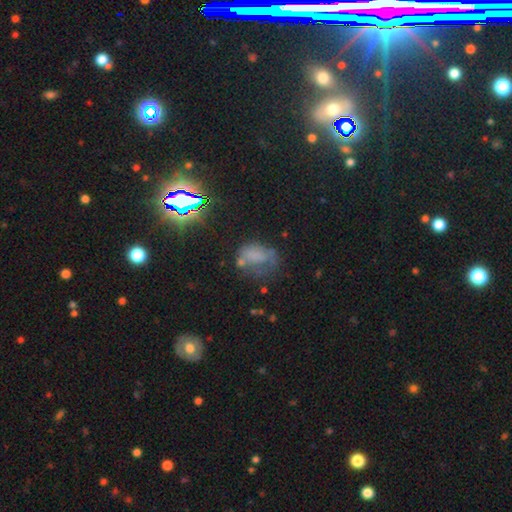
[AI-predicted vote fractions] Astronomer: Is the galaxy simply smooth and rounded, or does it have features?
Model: smooth — 46% (runner-up: featured or disk, 28%).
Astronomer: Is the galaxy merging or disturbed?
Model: none — 34% (runner-up: major disturbance, 32%).